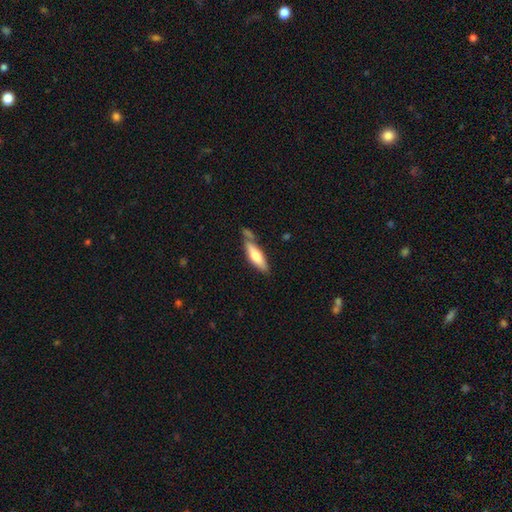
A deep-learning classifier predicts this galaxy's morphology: smooth_or_featured: smooth (p=0.63) [alt: featured or disk p=0.31]
how_rounded: cigar-shaped (p=0.61) [alt: in between p=0.37]
merging: none (p=0.59) [alt: minor disturbance p=0.22]